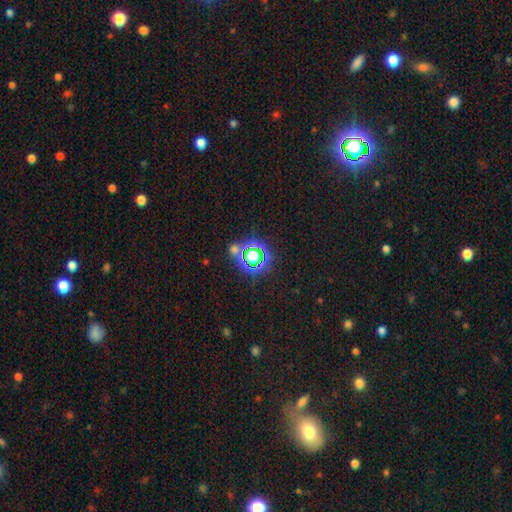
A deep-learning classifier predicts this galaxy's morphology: smooth-or-featured: star or artifact: 78% | smooth: 15% | featured or disk: 7%